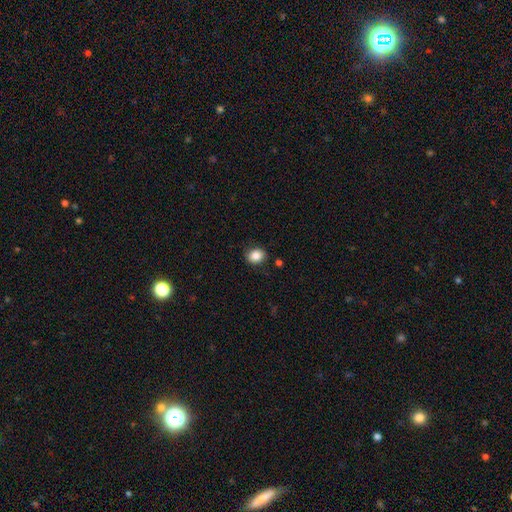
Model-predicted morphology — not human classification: Q: Smooth or featured?
A: smooth (86%); runner-up: star or artifact (9%)
Q: How rounded?
A: round (59%); runner-up: in between (40%)
Q: Merging?
A: none (86%); runner-up: minor disturbance (10%)